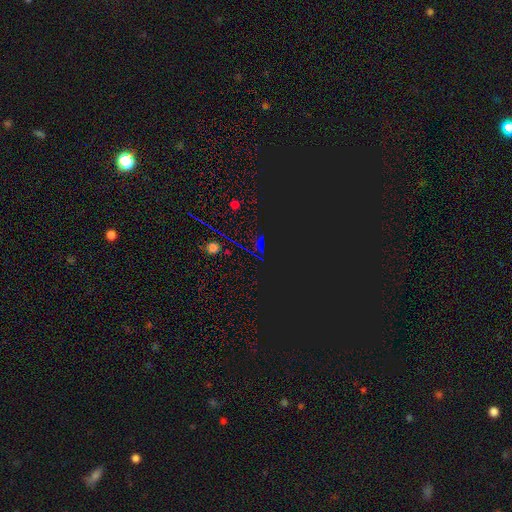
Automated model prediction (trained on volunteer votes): Smooth or featured: star or artifact — 76% (smooth — 16%)